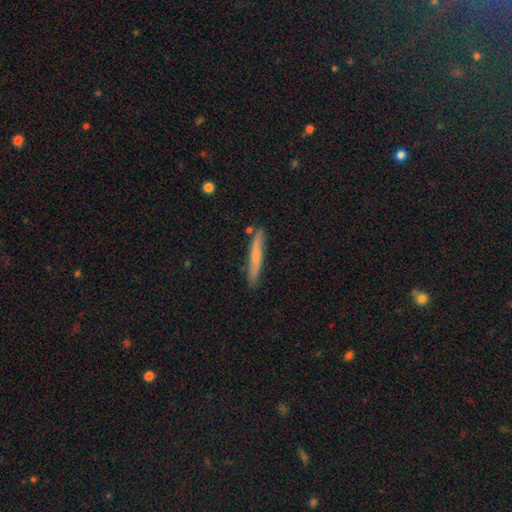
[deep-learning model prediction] The model was most divided on "smooth or featured": smooth: 57%, featured or disk: 37%, star or artifact: 6%. More confident: how rounded — cigar-shaped (95%); merging — none (83%).